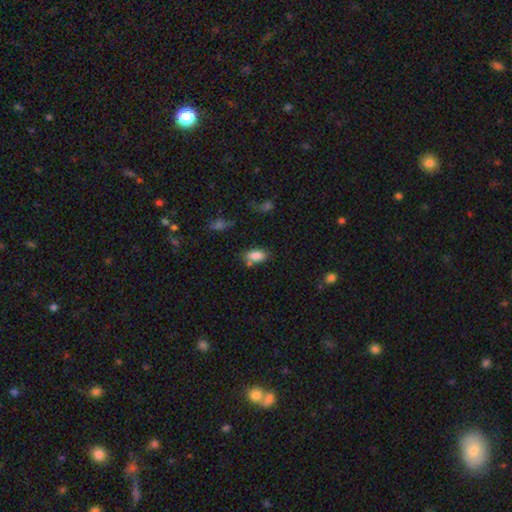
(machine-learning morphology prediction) smooth 84%, star or artifact 8%, featured or disk 8%. Down the decision tree: how rounded — in between (91%); merging — none (65%).